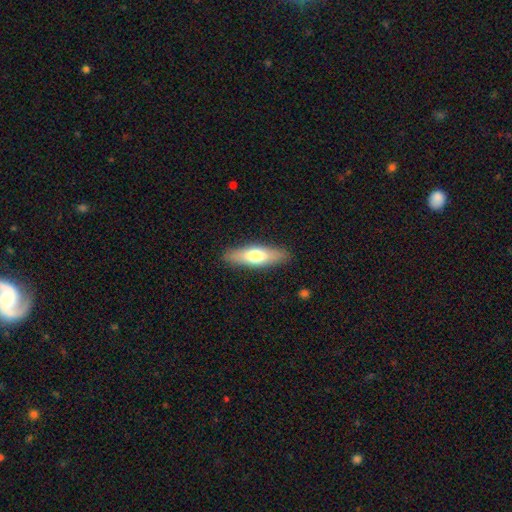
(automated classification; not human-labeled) smooth 64%, featured or disk 31%, star or artifact 6%. Down the decision tree: how rounded — cigar-shaped (51%); merging — none (88%).